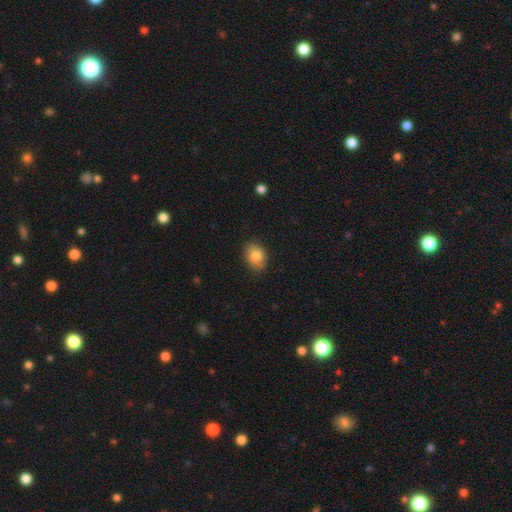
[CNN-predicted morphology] Q: Smooth or featured?
A: smooth (83%); runner-up: featured or disk (9%)
Q: How rounded?
A: in between (71%); runner-up: round (28%)
Q: Merging?
A: none (82%); runner-up: minor disturbance (14%)